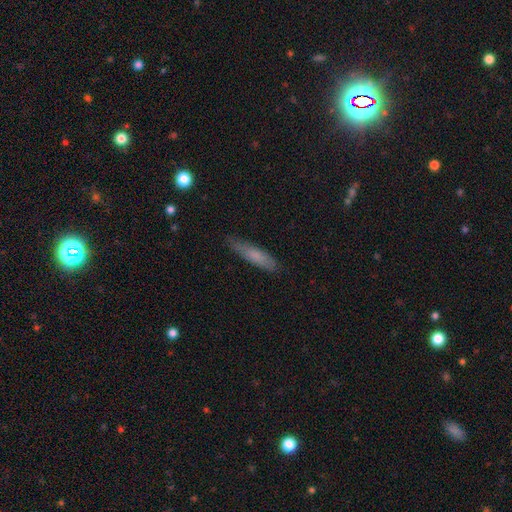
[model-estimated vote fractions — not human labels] smooth-or-featured: smooth: 71% | featured or disk: 22% | star or artifact: 7%
  how-rounded: cigar-shaped: 76% | in between: 23% | round: 2%
  merging: none: 78% | minor disturbance: 18% | major disturbance: 3% | merger: 1%